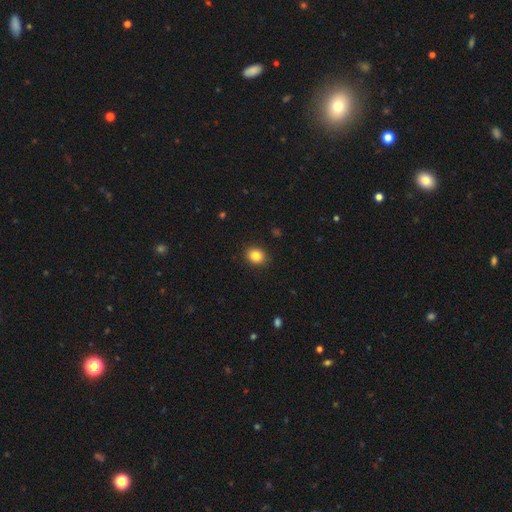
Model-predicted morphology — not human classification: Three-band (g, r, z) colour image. It shows a smooth galaxy with no disk features (85%) that is round (65%). Merging: none (89%).